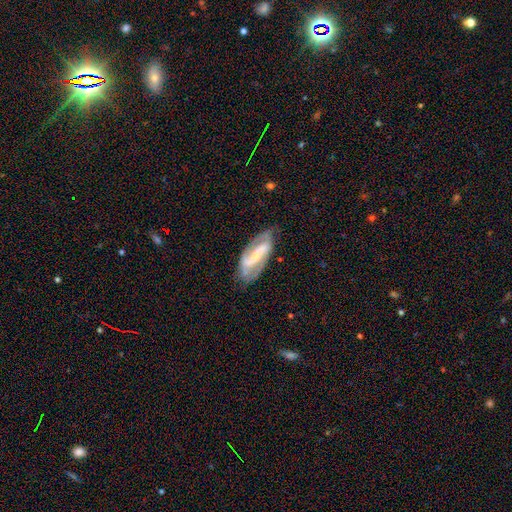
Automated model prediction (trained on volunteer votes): Morphology: type=featured or disk (84%); edge-on=no (94%); bar=strong (59%); spiral arms=yes (92%); winding=medium (46%); arm count=2 (88%); bulge=small (56%); merging=none (76%).